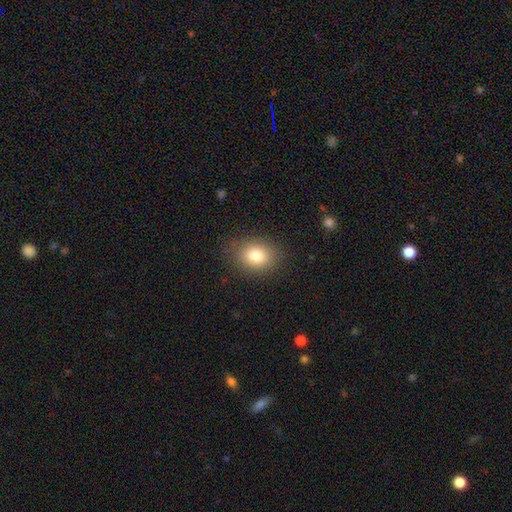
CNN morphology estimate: Smooth or featured? smooth (82%)
How rounded? in between (53%)
Merging? none (85%)